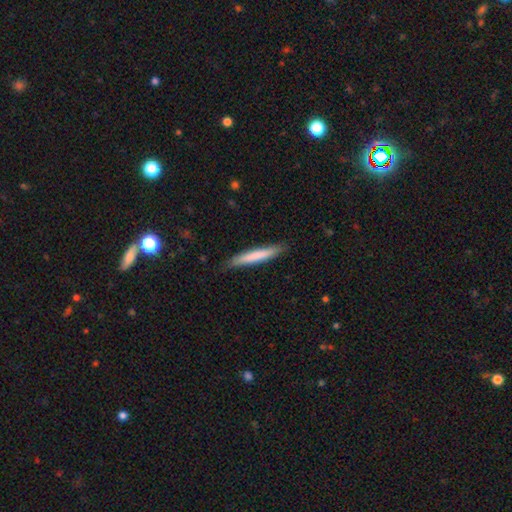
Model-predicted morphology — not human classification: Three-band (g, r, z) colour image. It shows a smooth galaxy with no disk features (74%) that is cigar-shaped (94%). Merging: none (86%).